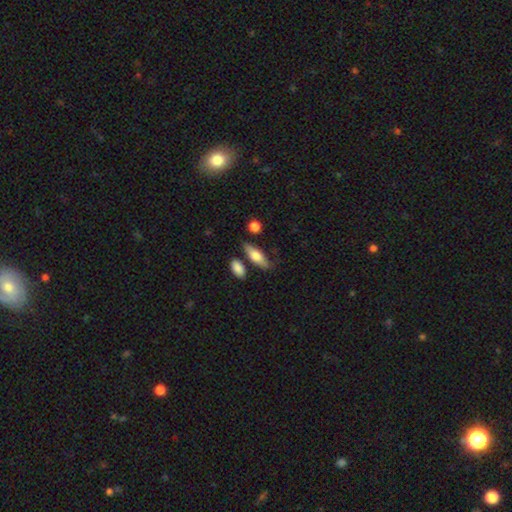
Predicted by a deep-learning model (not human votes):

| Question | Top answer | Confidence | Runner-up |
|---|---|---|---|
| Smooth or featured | smooth | 68% | featured or disk (26%) |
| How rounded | in between | 63% | cigar-shaped (33%) |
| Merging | none | 73% | minor disturbance (15%) |